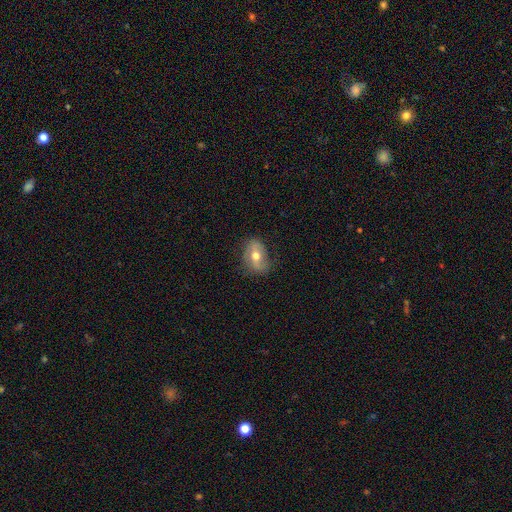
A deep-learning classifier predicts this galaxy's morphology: This is possibly a featured or disk galaxy (53%). It is clearly not viewed edge-on (92%). Merging: likely none (73%).